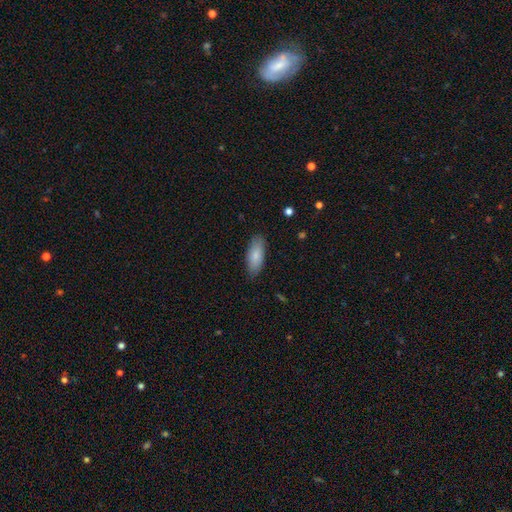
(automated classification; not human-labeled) Q: Smooth or featured?
A: smooth (82%); runner-up: featured or disk (12%)
Q: How rounded?
A: in between (81%); runner-up: cigar-shaped (17%)
Q: Merging?
A: none (84%); runner-up: minor disturbance (12%)